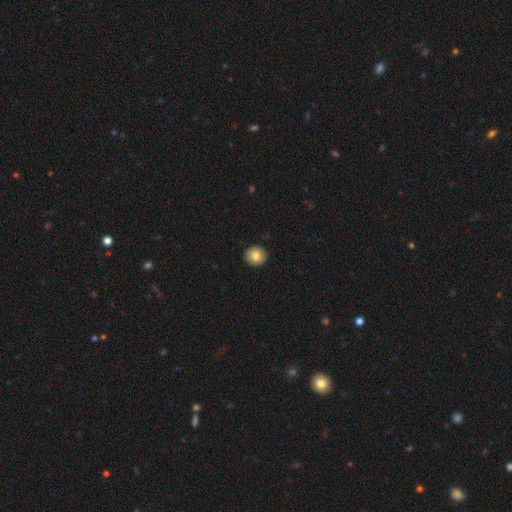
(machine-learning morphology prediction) The model was most divided on "smooth or featured": smooth: 79%, featured or disk: 14%, star or artifact: 8%. More confident: merging — none (92%); how rounded — round (91%).